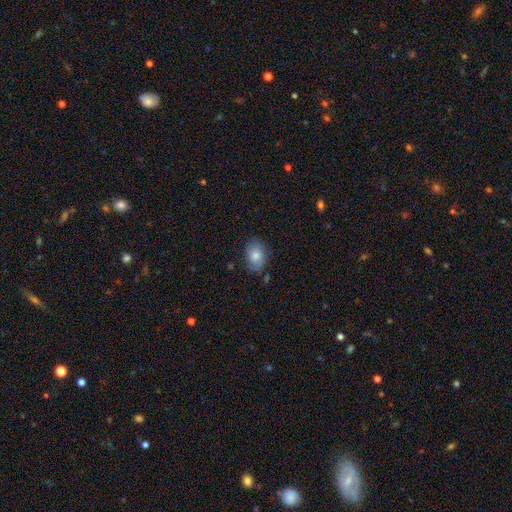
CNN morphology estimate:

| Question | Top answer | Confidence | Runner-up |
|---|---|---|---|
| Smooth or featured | smooth | 74% | featured or disk (18%) |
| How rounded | in between | 76% | round (23%) |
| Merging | none | 74% | minor disturbance (19%) |